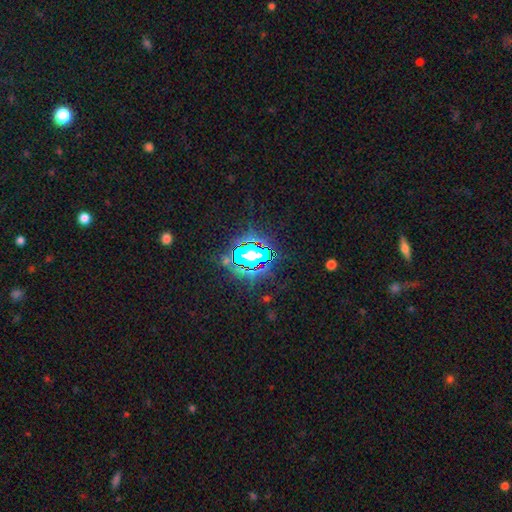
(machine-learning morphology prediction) smooth_or_featured: star or artifact (p=0.80) [alt: smooth p=0.12]